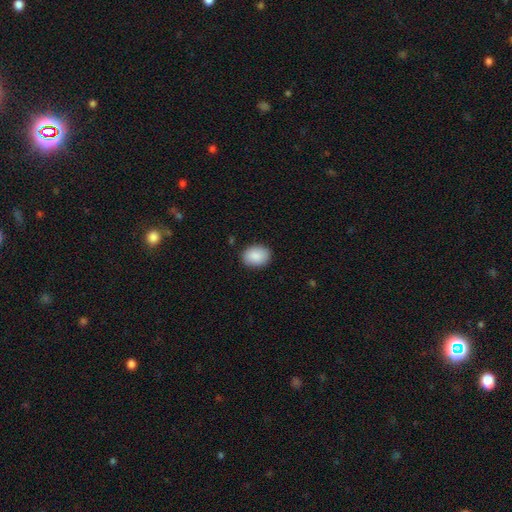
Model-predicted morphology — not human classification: This appears to be a smooth galaxy with no disk features (89%) that is in between round and cigar-shaped (61%). Merging: none (87%).